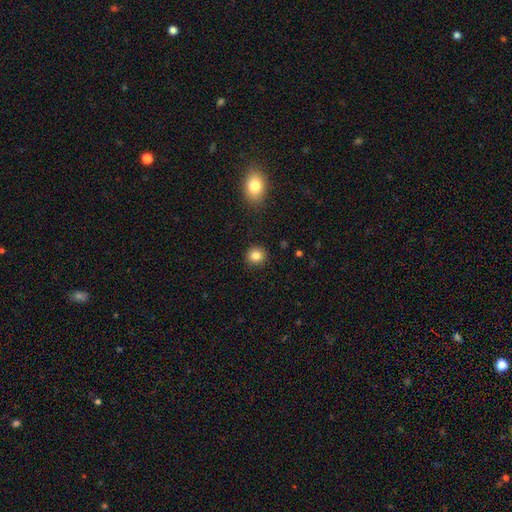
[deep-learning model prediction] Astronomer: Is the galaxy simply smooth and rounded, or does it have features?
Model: smooth — 84%.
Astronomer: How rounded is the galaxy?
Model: round — 89%.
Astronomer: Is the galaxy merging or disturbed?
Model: none — 91%.